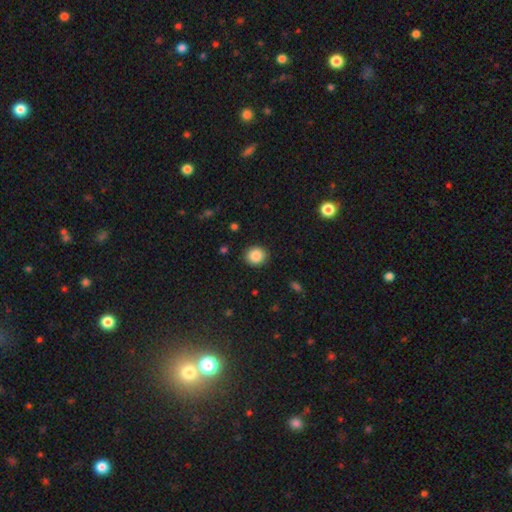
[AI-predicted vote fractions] smooth-or-featured: smooth: 87% | star or artifact: 9% | featured or disk: 4%
  how-rounded: round: 86% | in between: 13% | cigar-shaped: 1%
  merging: none: 90% | minor disturbance: 7% | major disturbance: 2% | merger: 1%